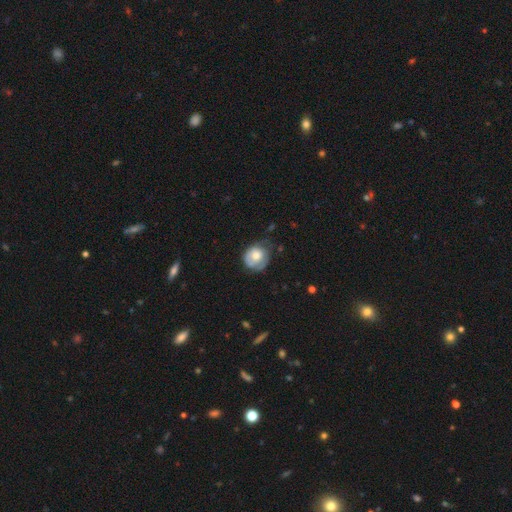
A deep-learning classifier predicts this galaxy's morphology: A smooth galaxy with no disk features (55%) that is round (72%). Merging: none (48%).